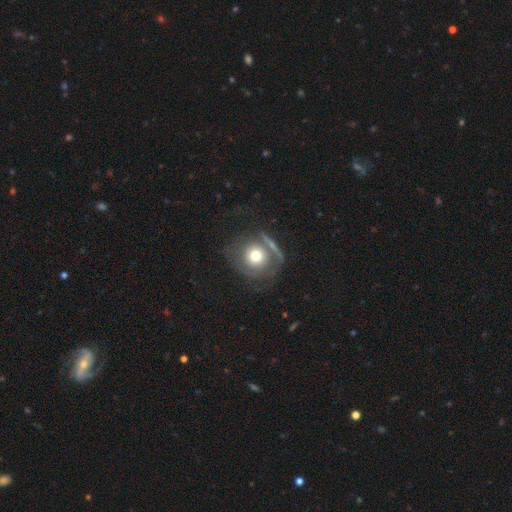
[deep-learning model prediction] The model was most divided on "smooth or featured": smooth: 50%, featured or disk: 42%, star or artifact: 8%. More confident: how rounded — round (88%); merging — none (53%).